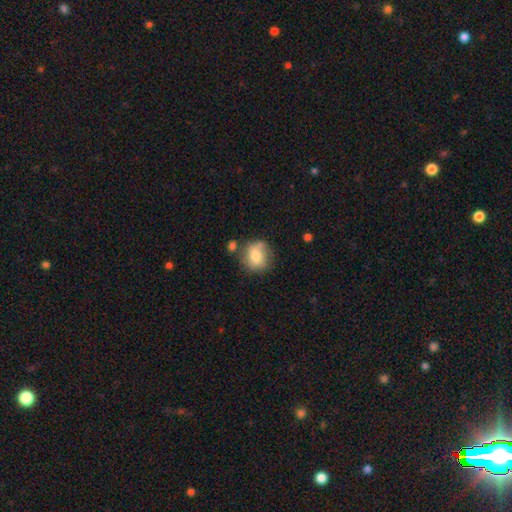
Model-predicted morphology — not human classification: smooth 73%, featured or disk 18%, star or artifact 8%. Down the decision tree: how rounded — round (80%); merging — none (60%).